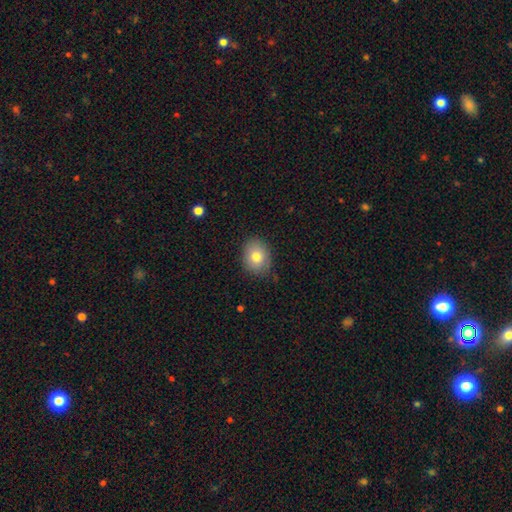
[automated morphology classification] smooth 79%, featured or disk 12%, star or artifact 9%. Down the decision tree: how rounded — in between (53%); merging — none (82%).